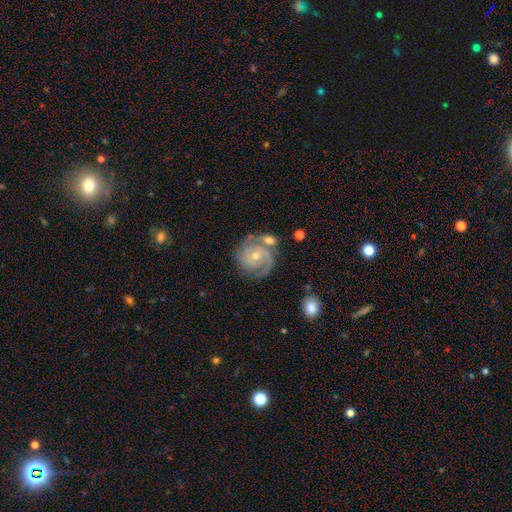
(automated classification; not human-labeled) Smooth or featured? featured or disk (86%)
Edge-on disk? no (98%)
Bar? no (67%)
Spiral arms? yes (97%)
Spiral winding? tight (62%)
Spiral arm count? 2 (63%)
Bulge size? small (57%)
Merging? none (69%)